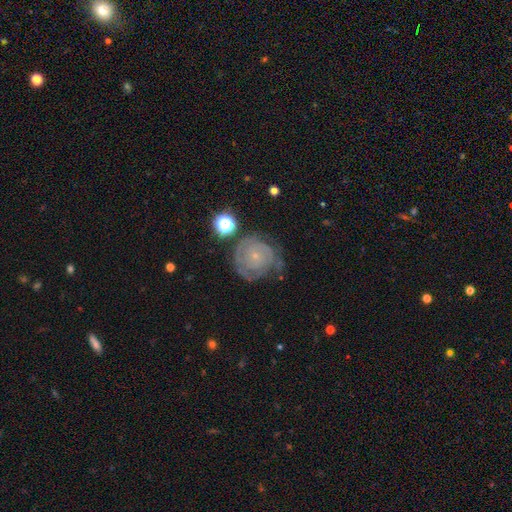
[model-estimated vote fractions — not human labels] Smooth or featured: featured or disk — 74% (smooth — 18%)
Edge-on disk: no — 98% (yes — 2%)
Bar: no — 83% (weak — 14%)
Spiral arms: yes — 89% (no — 11%)
Spiral winding: tight — 76% (medium — 19%)
Spiral arm count: can't tell — 39% (2 — 27%)
Bulge size: small — 84% (moderate — 10%)
Merging: none — 64% (minor disturbance — 22%)